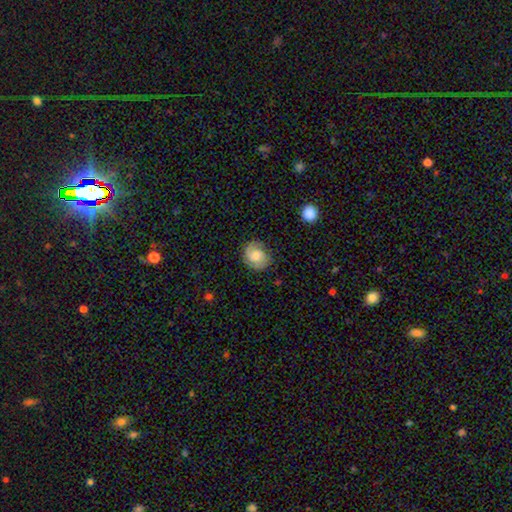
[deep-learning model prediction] This is likely a featured or disk galaxy (62%). It is clearly not viewed edge-on (98%). Bar: likely no (62%). Spiral arm pattern: clearly yes (93%). Spiral arm count: likely 2 (66%). Spiral winding: marginally tight (43%). Central bulge: possibly moderate (56%). Merging: likely none (74%).